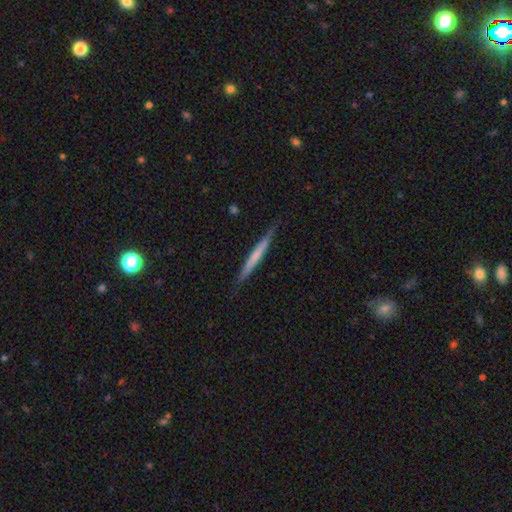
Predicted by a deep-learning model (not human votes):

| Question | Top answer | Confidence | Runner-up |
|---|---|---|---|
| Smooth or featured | smooth | 52% | featured or disk (43%) |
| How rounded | cigar-shaped | 96% | in between (2%) |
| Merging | none | 87% | minor disturbance (10%) |